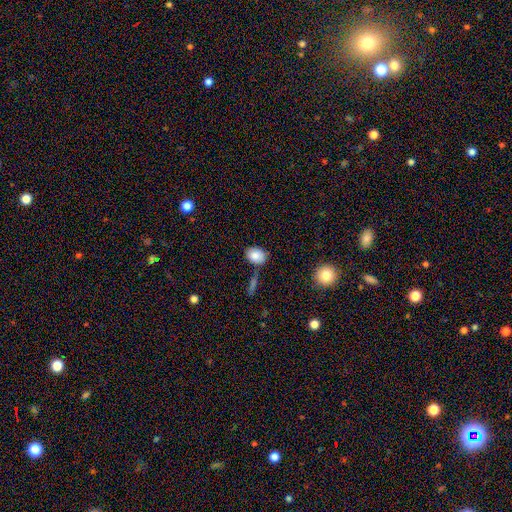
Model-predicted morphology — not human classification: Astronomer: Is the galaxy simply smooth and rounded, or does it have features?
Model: smooth — 85%.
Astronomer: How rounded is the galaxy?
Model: in between — 62%.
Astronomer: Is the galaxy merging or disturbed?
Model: none — 70%.